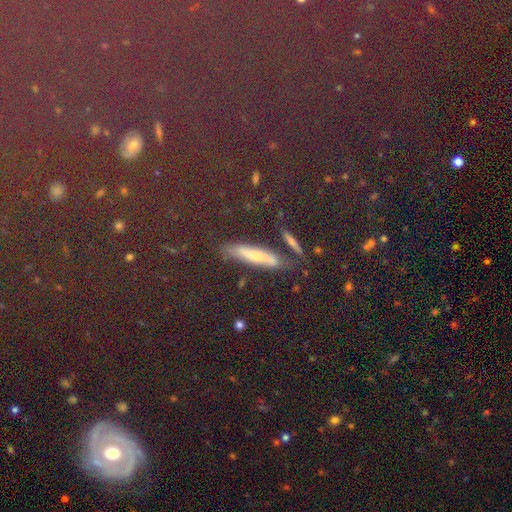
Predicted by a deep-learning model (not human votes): smooth_or_featured: smooth (p=0.50) [alt: star or artifact p=0.32]
merging: none (p=0.72) [alt: minor disturbance p=0.14]